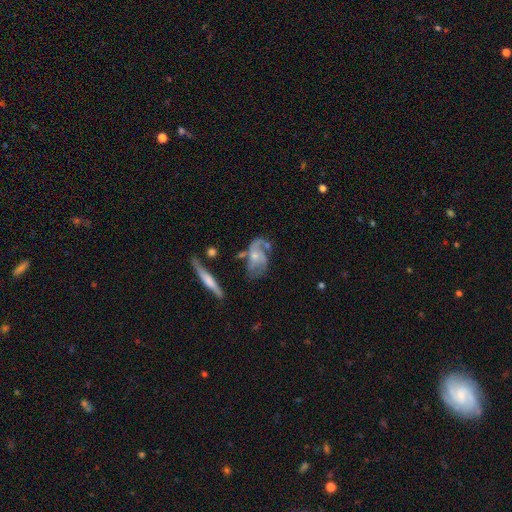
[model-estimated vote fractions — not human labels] This is likely a featured or disk galaxy (75%). It is clearly not viewed edge-on (94%). Bar: likely no (71%). Spiral arm pattern: clearly yes (84%). Spiral arm count: marginally 2 (40%). Spiral winding: marginally medium (44%). Central bulge: marginally moderate (44%). Merging: marginally none (39%).